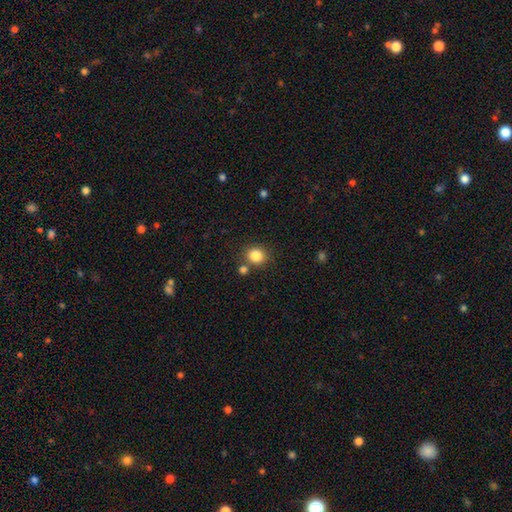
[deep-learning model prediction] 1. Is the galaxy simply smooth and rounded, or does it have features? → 85% smooth, 11% star or artifact, 5% featured or disk.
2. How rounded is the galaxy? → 83% round, 16% in between, 1% cigar-shaped.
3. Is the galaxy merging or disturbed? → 77% none, 11% merger, 9% minor disturbance, 3% major disturbance.